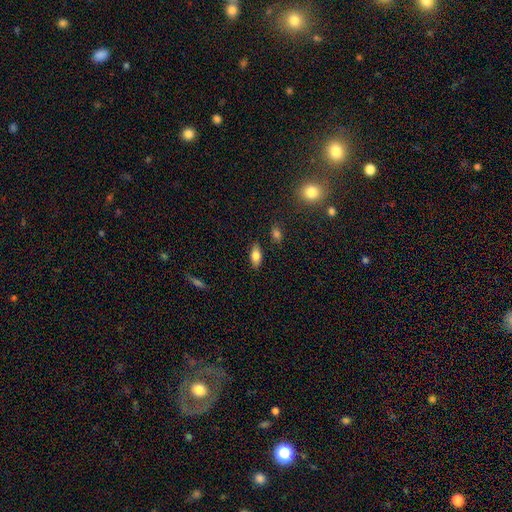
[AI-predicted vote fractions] Smooth or featured?
  - smooth: 80% *
  - featured or disk: 11%
  - star or artifact: 8%
How rounded?
  - in between: 89% *
  - cigar-shaped: 8%
  - round: 4%
Merging?
  - none: 84% *
  - minor disturbance: 11%
  - merger: 2%
  - major disturbance: 2%